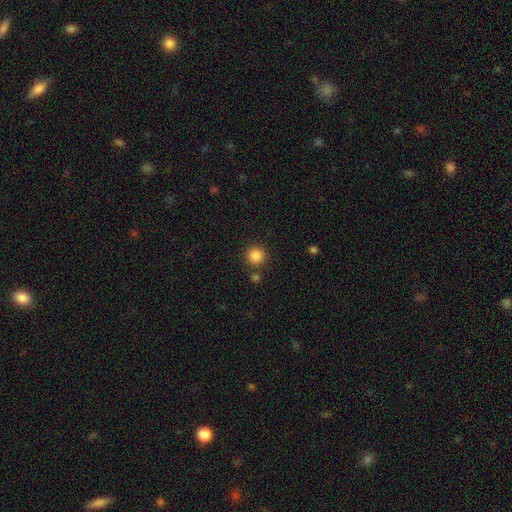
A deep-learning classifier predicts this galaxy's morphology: Smooth or featured? Predicted: smooth (p=0.85). How rounded? Predicted: round (p=0.94). Merging? Predicted: none (p=0.84).